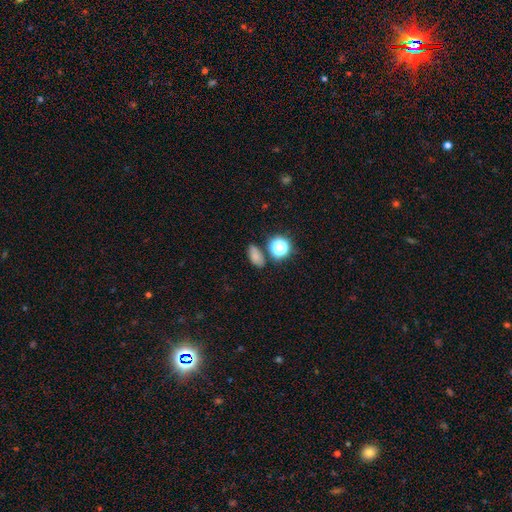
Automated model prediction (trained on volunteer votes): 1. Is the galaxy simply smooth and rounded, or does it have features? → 71% smooth, 20% star or artifact, 8% featured or disk.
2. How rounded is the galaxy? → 78% in between, 18% round, 4% cigar-shaped.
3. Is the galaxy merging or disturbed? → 74% none, 14% minor disturbance, 8% merger, 4% major disturbance.